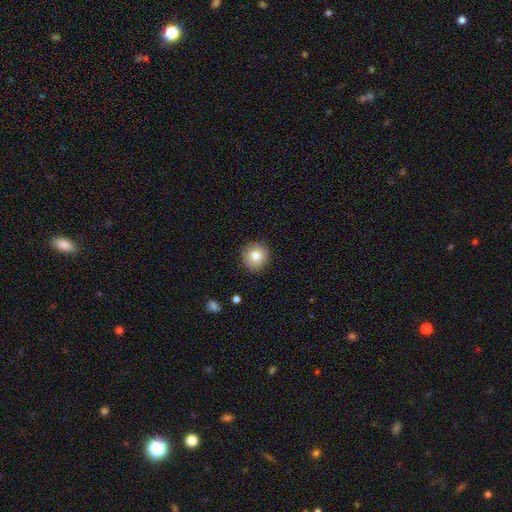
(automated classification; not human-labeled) This is likely a smooth galaxy (79%). How rounded: clearly round (93%). Merging: clearly none (90%).